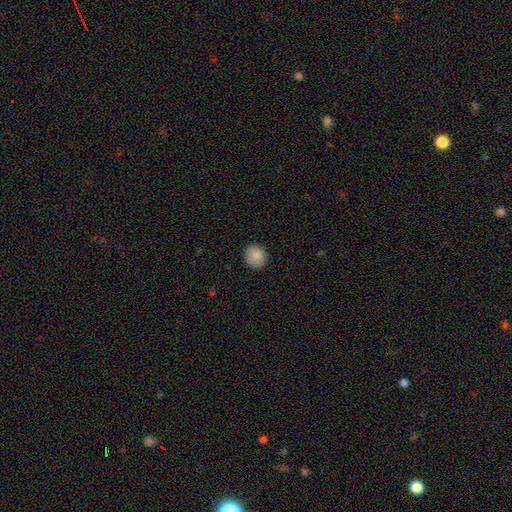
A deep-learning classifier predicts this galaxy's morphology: This is clearly a smooth galaxy (87%). How rounded: clearly round (84%). Merging: clearly none (89%).